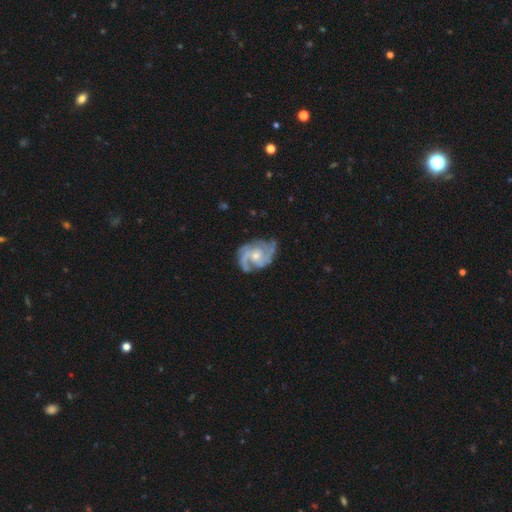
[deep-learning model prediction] smooth-or-featured: featured or disk: 90% | smooth: 5% | star or artifact: 4%
  disk-edge-on: no: 98% | yes: 2%
    bar: no: 63% | weak: 31% | strong: 6%
    has-spiral-arms: yes: 98% | no: 2%
      spiral-winding: medium: 50% | tight: 37% | loose: 12%
      spiral-arm-count: 2: 47% | 3: 29% | can't tell: 10% | 4: 6% | 1: 4% | more than 4: 4%
    bulge-size: small: 49% | moderate: 46% | none: 2% | large: 2% | dominant: 1%
  merging: none: 69% | minor disturbance: 21% | major disturbance: 8% | merger: 2%